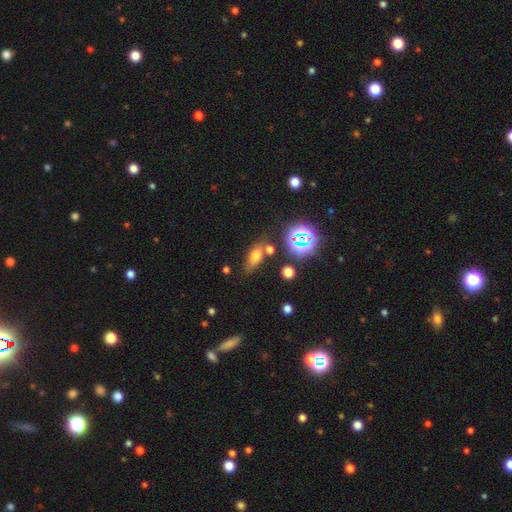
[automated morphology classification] Overall: smooth (62%; star or artifact 23%). How rounded: in between (68%). Merging: none (63%).